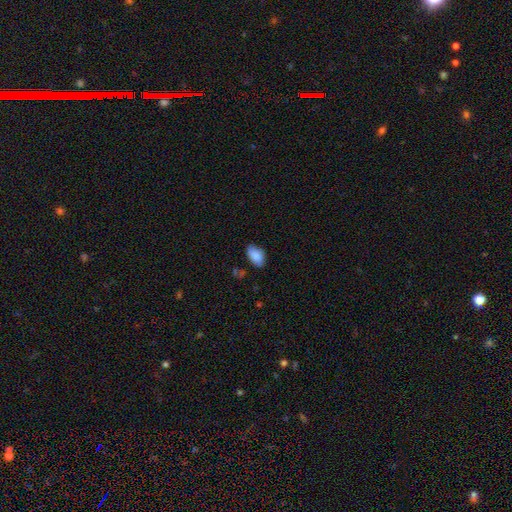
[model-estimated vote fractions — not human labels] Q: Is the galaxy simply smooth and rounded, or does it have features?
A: smooth — 86%.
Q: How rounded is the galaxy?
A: in between — 93%.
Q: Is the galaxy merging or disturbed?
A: none — 73%.